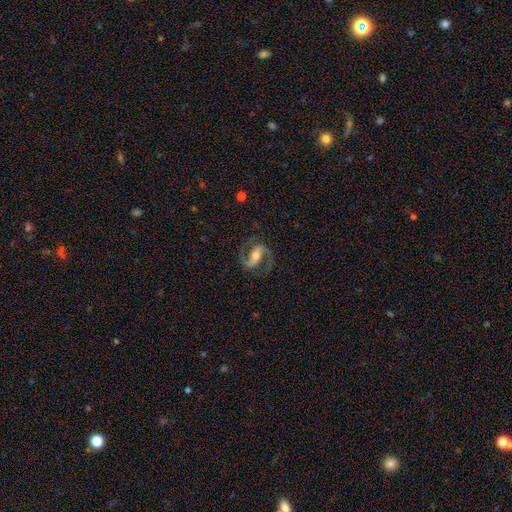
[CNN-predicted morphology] Q: Smooth or featured?
A: featured or disk (90%); runner-up: smooth (5%)
Q: Edge-on disk?
A: no (97%); runner-up: yes (3%)
Q: Bar?
A: strong (53%); runner-up: weak (30%)
Q: Spiral arms?
A: yes (97%); runner-up: no (3%)
Q: Spiral winding?
A: medium (60%); runner-up: loose (24%)
Q: Spiral arm count?
A: 2 (94%); runner-up: 1 (2%)
Q: Bulge size?
A: moderate (61%); runner-up: small (30%)
Q: Merging?
A: none (80%); runner-up: minor disturbance (12%)